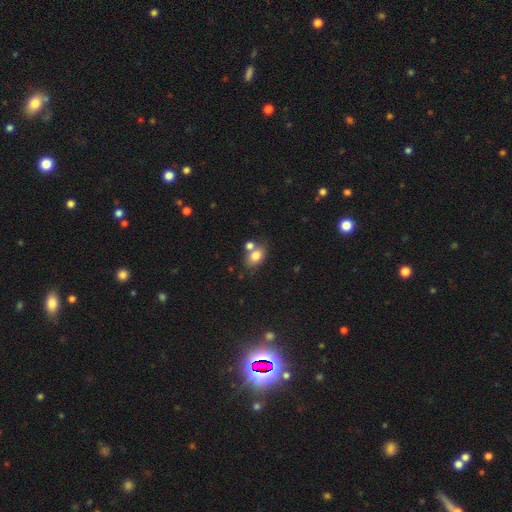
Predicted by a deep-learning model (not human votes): Smooth or featured?
  - smooth: 78% *
  - featured or disk: 12%
  - star or artifact: 10%
How rounded?
  - in between: 76% *
  - round: 23%
  - cigar-shaped: 2%
Merging?
  - none: 53% *
  - merger: 29%
  - minor disturbance: 13%
  - major disturbance: 4%